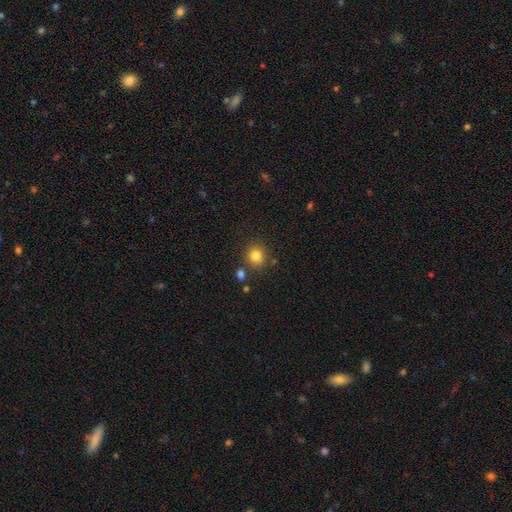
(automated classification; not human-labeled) Smooth or featured: smooth — 81% (star or artifact — 12%)
How rounded: round — 87% (in between — 12%)
Merging: none — 81% (minor disturbance — 9%)